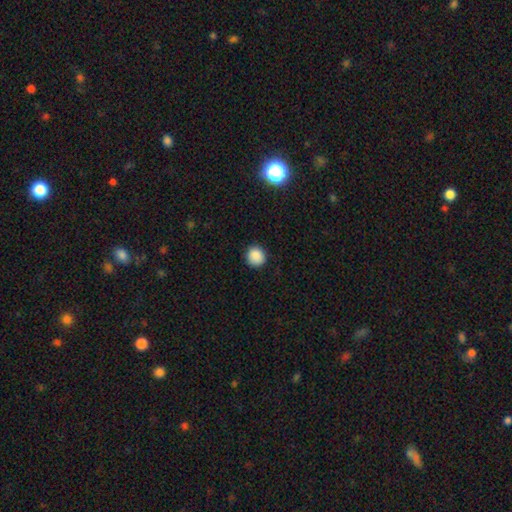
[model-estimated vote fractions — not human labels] Smooth or featured?
  - smooth: 87% *
  - star or artifact: 10%
  - featured or disk: 3%
How rounded?
  - round: 91% *
  - in between: 9%
  - cigar-shaped: 1%
Merging?
  - none: 89% *
  - minor disturbance: 8%
  - major disturbance: 2%
  - merger: 1%